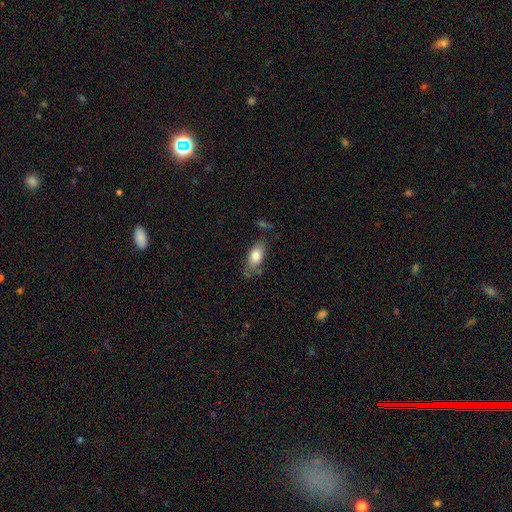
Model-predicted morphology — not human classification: The model was most divided on "merging": none: 65%, minor disturbance: 22%, major disturbance: 6%, merger: 6%. More confident: how rounded — in between (89%); smooth or featured — smooth (79%).